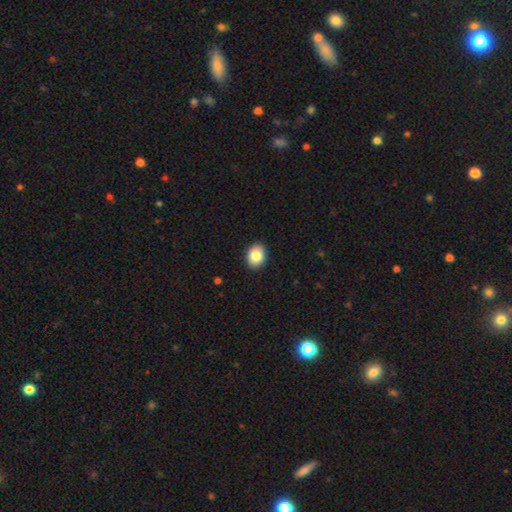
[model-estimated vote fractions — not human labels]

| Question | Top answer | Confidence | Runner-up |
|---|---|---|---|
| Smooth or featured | smooth | 85% | star or artifact (8%) |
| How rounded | in between | 58% | round (41%) |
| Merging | none | 91% | minor disturbance (7%) |